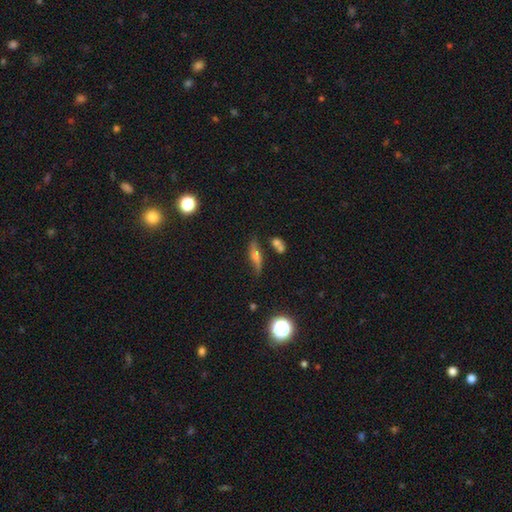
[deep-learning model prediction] Morphology: type=featured or disk (45%); merging=none (66%).